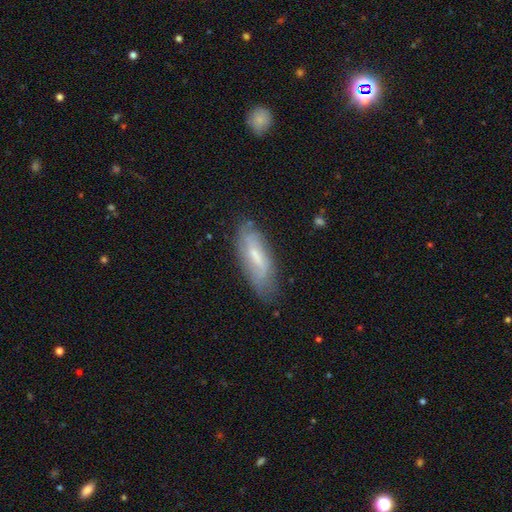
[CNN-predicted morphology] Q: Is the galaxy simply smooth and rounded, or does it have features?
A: featured or disk — 46%, tied with smooth.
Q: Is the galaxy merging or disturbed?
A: none — 70%.